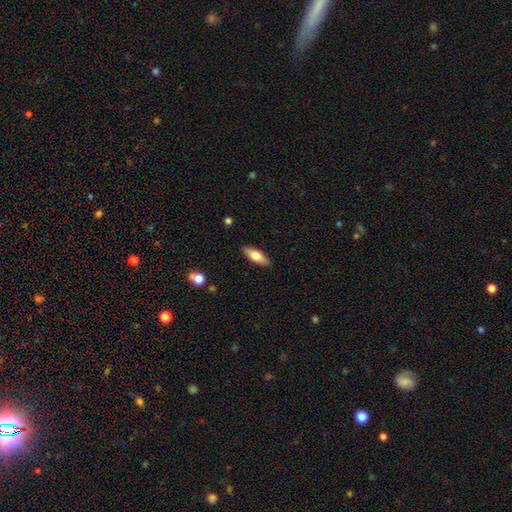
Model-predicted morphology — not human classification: smooth-or-featured: smooth: 68% | featured or disk: 25% | star or artifact: 6%
  how-rounded: in between: 62% | cigar-shaped: 35% | round: 2%
  merging: none: 87% | minor disturbance: 10% | major disturbance: 2% | merger: 1%